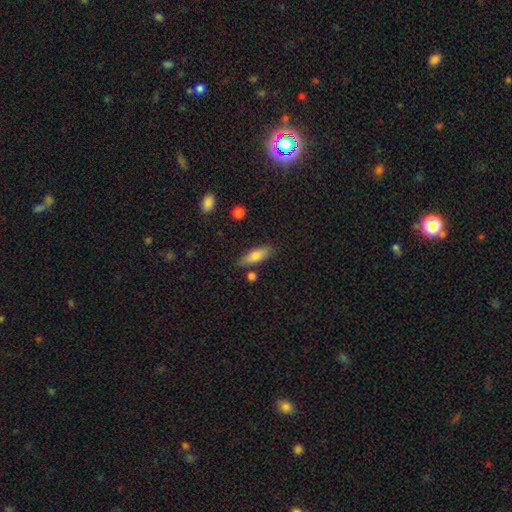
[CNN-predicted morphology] smooth 72%, featured or disk 21%, star or artifact 7%. Down the decision tree: how rounded — in between (57%); merging — none (78%).